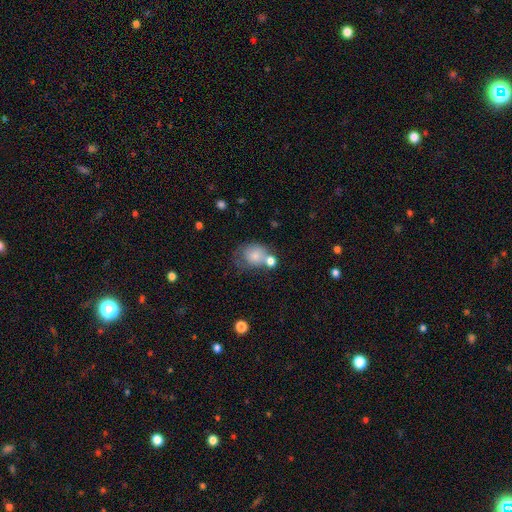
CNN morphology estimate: This appears to be a smooth galaxy with no disk features (75%) that is round (55%). Merging: none (35%).